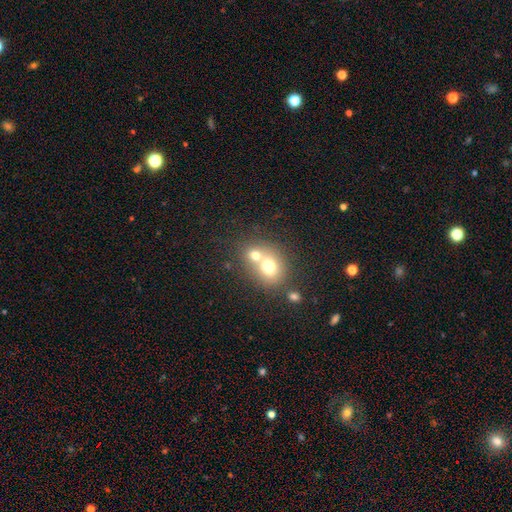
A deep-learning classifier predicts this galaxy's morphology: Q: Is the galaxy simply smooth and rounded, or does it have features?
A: smooth — 69%.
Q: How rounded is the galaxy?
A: round — 62%.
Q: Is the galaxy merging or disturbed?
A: merger — 60%.